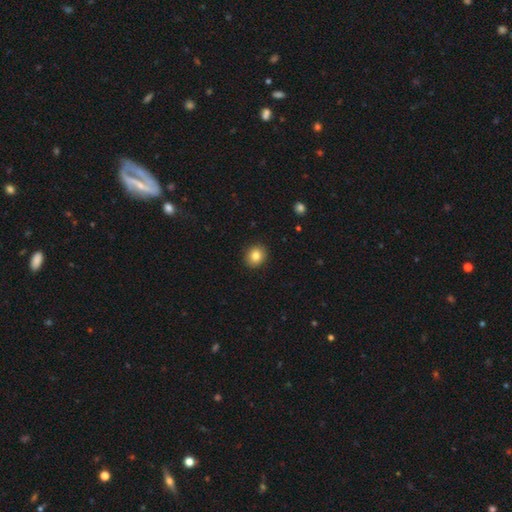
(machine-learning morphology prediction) Q: Smooth or featured?
A: smooth (83%); runner-up: star or artifact (10%)
Q: How rounded?
A: round (75%); runner-up: in between (24%)
Q: Merging?
A: none (91%); runner-up: minor disturbance (6%)